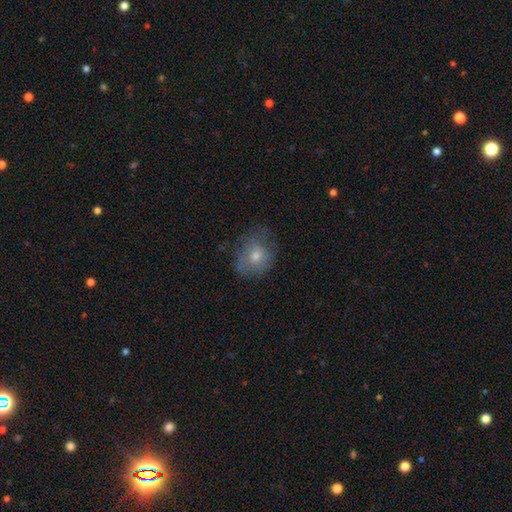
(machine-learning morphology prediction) Smooth or featured? Predicted: smooth (p=0.64). How rounded? Predicted: round (p=0.58). Merging? Predicted: none (p=0.62).